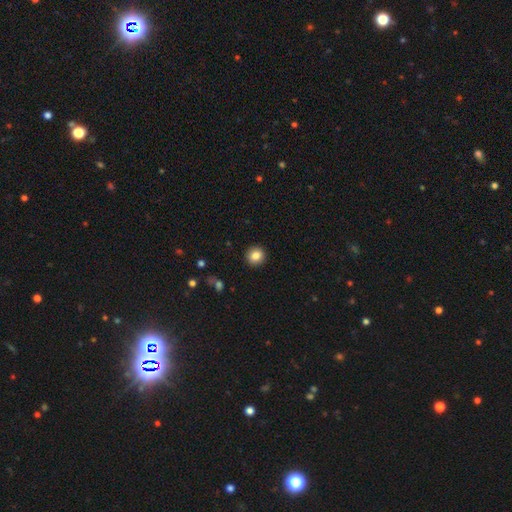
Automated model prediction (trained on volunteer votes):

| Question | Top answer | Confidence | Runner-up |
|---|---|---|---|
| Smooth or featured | smooth | 85% | star or artifact (9%) |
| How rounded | round | 91% | in between (8%) |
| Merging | none | 92% | minor disturbance (5%) |